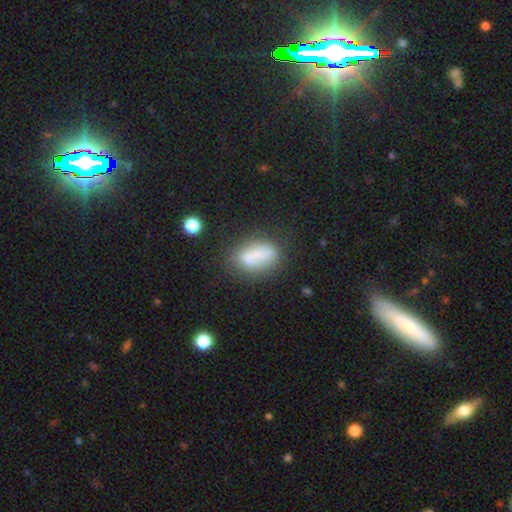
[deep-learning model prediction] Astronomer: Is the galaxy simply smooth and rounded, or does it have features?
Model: smooth — 73%.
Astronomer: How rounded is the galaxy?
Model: in between — 79%.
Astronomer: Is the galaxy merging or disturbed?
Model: none — 60%.